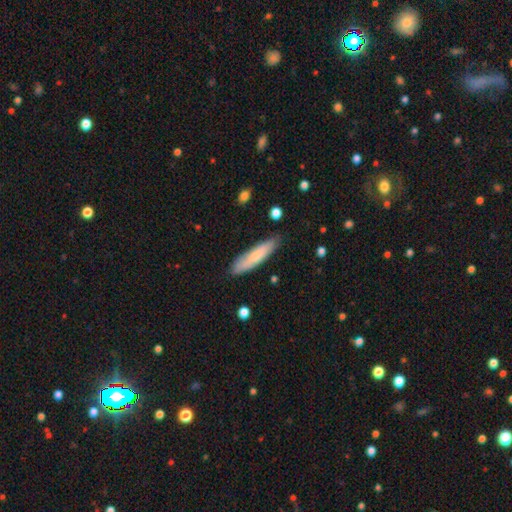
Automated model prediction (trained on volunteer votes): smooth-or-featured: smooth: 72% | featured or disk: 22% | star or artifact: 6%
  how-rounded: cigar-shaped: 80% | in between: 19% | round: 1%
  merging: none: 83% | minor disturbance: 13% | major disturbance: 2% | merger: 2%